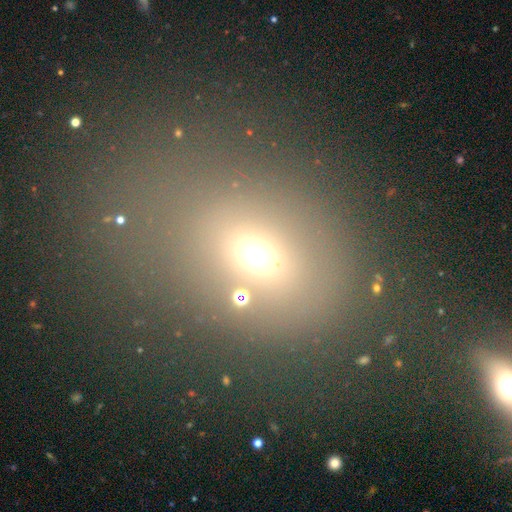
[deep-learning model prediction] Q: Smooth or featured?
A: smooth (62%); runner-up: star or artifact (26%)
Q: How rounded?
A: in between (52%); runner-up: round (45%)
Q: Merging?
A: none (66%); runner-up: minor disturbance (13%)